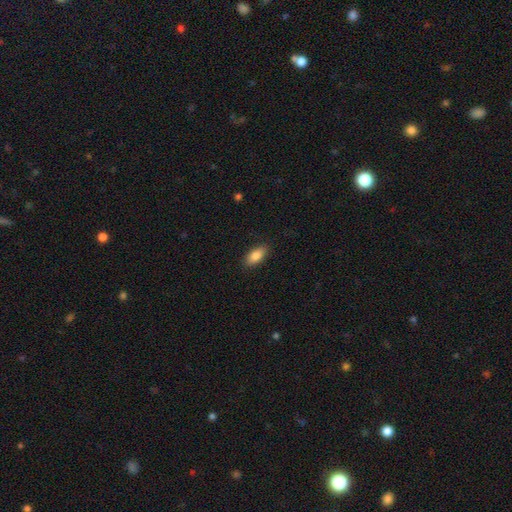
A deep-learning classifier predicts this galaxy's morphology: Overall: smooth (85%). How rounded: in between (89%). Merging: none (88%).